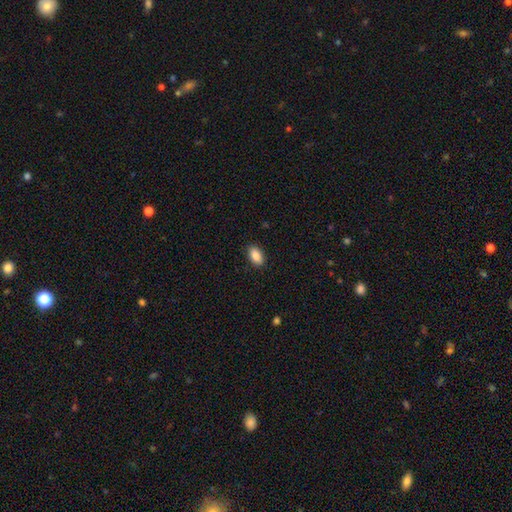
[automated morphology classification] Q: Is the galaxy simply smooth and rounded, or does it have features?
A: smooth — 89%.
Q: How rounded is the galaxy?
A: in between — 92%.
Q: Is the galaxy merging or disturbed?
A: none — 89%.